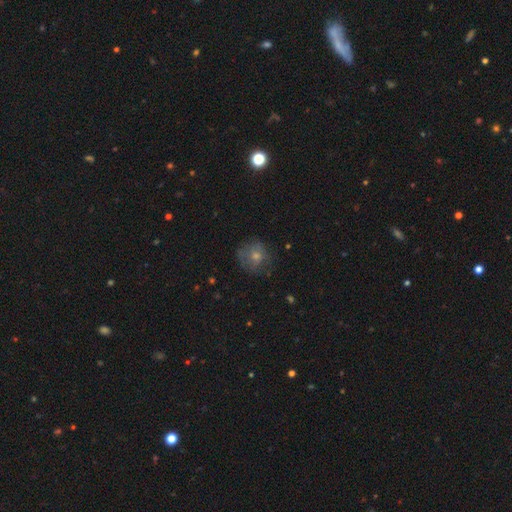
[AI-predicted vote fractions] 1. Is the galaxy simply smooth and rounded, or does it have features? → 52% smooth, 29% featured or disk, 19% star or artifact.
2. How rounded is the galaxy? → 86% round, 12% in between, 1% cigar-shaped.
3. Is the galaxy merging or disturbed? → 73% none, 17% minor disturbance, 8% major disturbance, 1% merger.